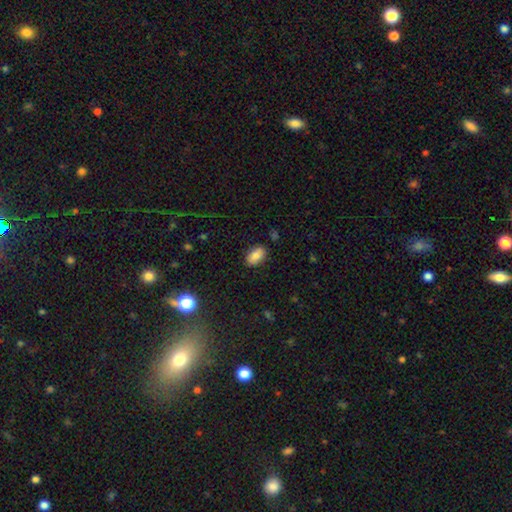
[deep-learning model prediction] smooth 84%, star or artifact 8%, featured or disk 8%. Down the decision tree: how rounded — in between (92%); merging — none (86%).